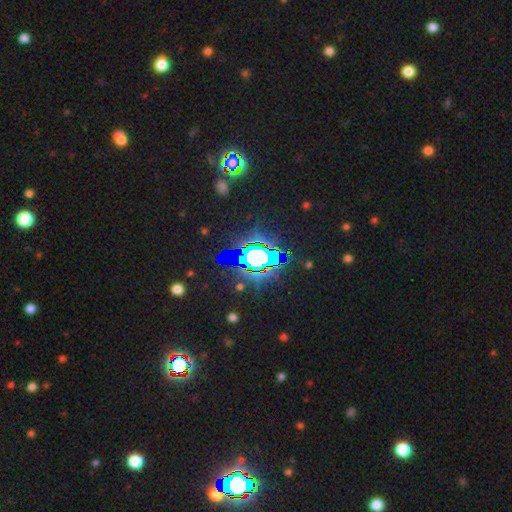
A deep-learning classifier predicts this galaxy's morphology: This is likely a star or artifact rather than a galaxy (75%).